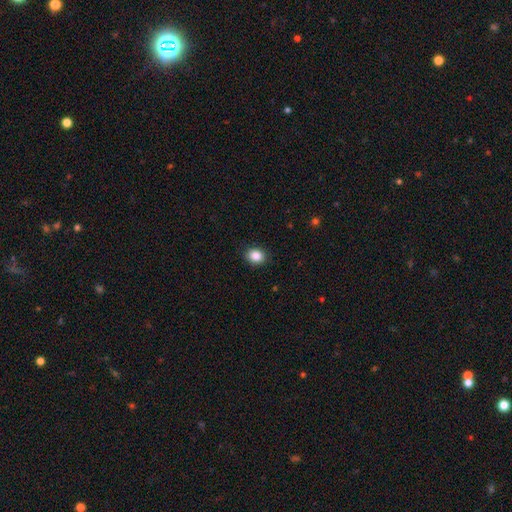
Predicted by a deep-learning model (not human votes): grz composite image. It shows a smooth galaxy with no disk features (87%) that is round (55%). Merging: none (89%).